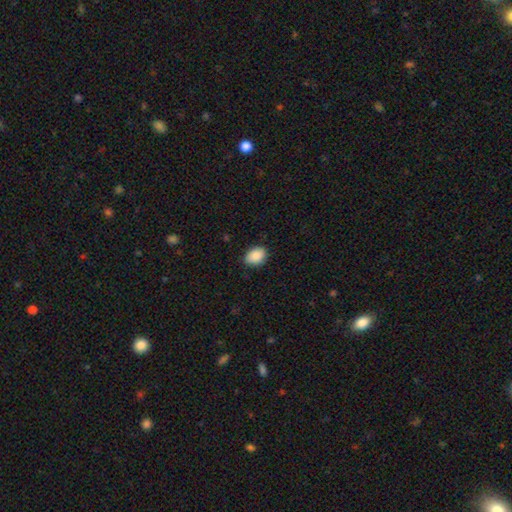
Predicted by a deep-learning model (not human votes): Smooth or featured?
  - smooth: 90% *
  - star or artifact: 7%
  - featured or disk: 3%
How rounded?
  - in between: 76% *
  - round: 23%
  - cigar-shaped: 1%
Merging?
  - none: 84% *
  - minor disturbance: 13%
  - major disturbance: 2%
  - merger: 1%